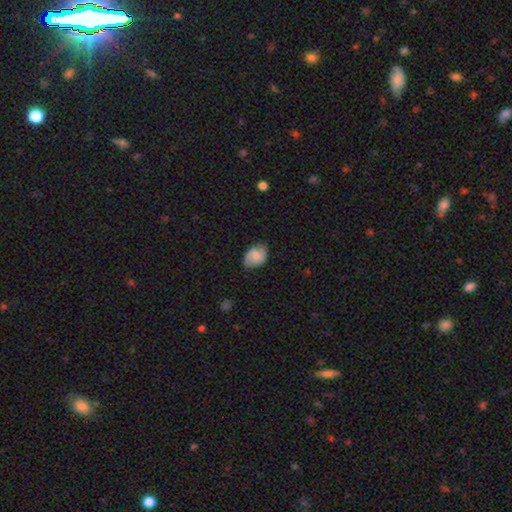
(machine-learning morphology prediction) Overall: smooth (60%; featured or disk 32%). How rounded: in between (73%). Merging: none (68%).